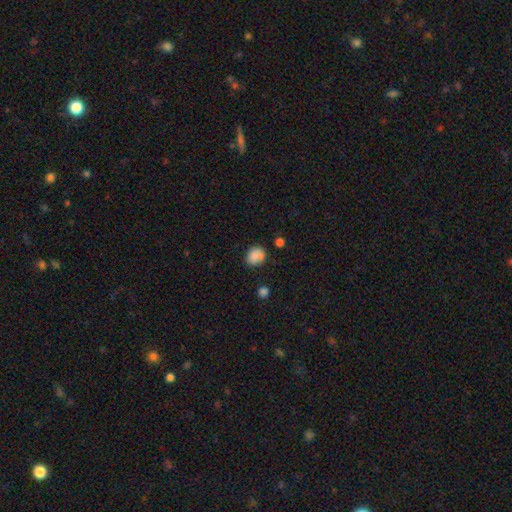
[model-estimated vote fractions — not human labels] Smooth or featured?
  - smooth: 84% *
  - star or artifact: 10%
  - featured or disk: 6%
How rounded?
  - round: 57% *
  - in between: 42%
  - cigar-shaped: 1%
Merging?
  - none: 65% *
  - minor disturbance: 20%
  - merger: 9%
  - major disturbance: 5%